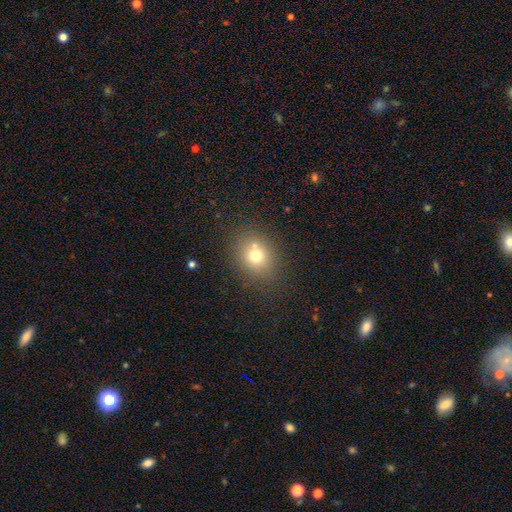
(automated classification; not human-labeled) This appears to be a smooth galaxy with no disk features (70%) that is round (67%). Merging: none (70%).